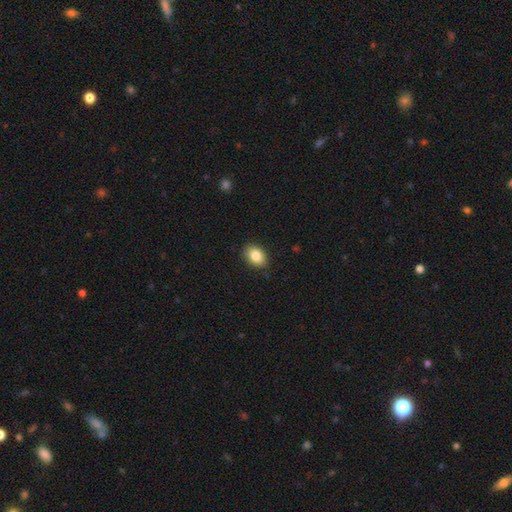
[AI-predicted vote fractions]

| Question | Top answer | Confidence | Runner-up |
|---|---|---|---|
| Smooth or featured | smooth | 85% | star or artifact (8%) |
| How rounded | in between | 74% | round (25%) |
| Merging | none | 86% | minor disturbance (10%) |